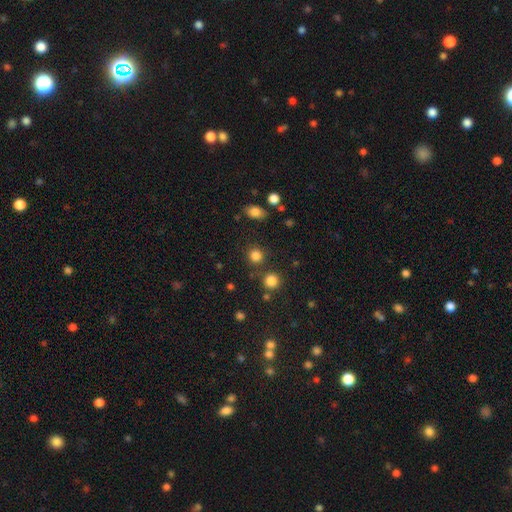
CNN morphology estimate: Smooth or featured? smooth (82%)
How rounded? round (89%)
Merging? none (81%)